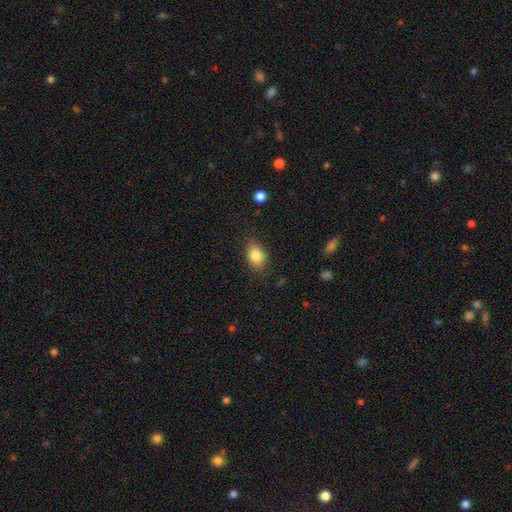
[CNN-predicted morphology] smooth-or-featured: smooth: 85% | star or artifact: 9% | featured or disk: 7%
  how-rounded: in between: 78% | round: 20% | cigar-shaped: 2%
  merging: none: 81% | minor disturbance: 14% | major disturbance: 4% | merger: 1%